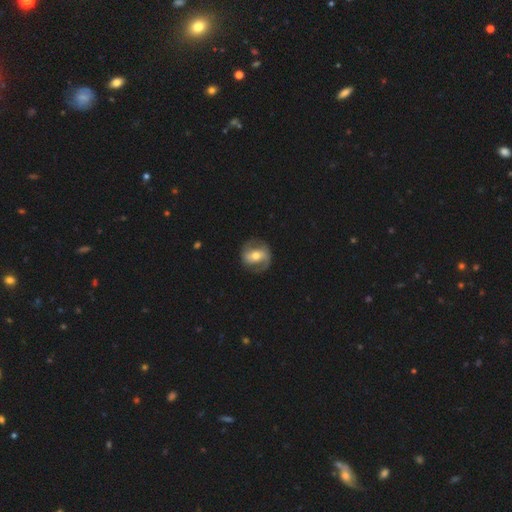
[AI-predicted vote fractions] A featured or disk galaxy (70%) with a strong bar (36%, tied with weak), 2 (84%) medium (45%) spiral arms (82%) and a moderate central bulge (69%). Merging: none (78%).